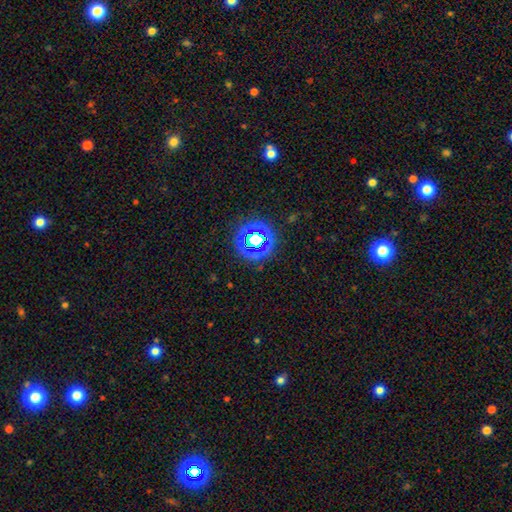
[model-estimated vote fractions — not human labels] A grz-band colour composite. It shows a star or artifact, not a galaxy (73%).